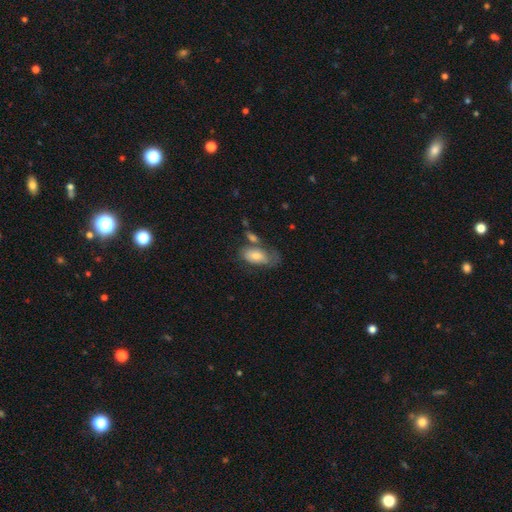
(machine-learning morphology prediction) smooth_or_featured: smooth (p=0.73) [alt: featured or disk p=0.20]
how_rounded: in between (p=0.92) [alt: cigar-shaped p=0.04]
merging: none (p=0.37) [alt: minor disturbance p=0.25]